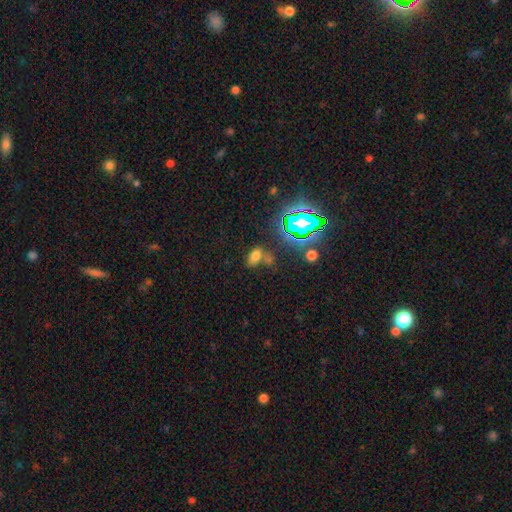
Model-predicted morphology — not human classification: Smooth or featured? smooth (62%)
How rounded? in between (86%)
Merging? none (50%)